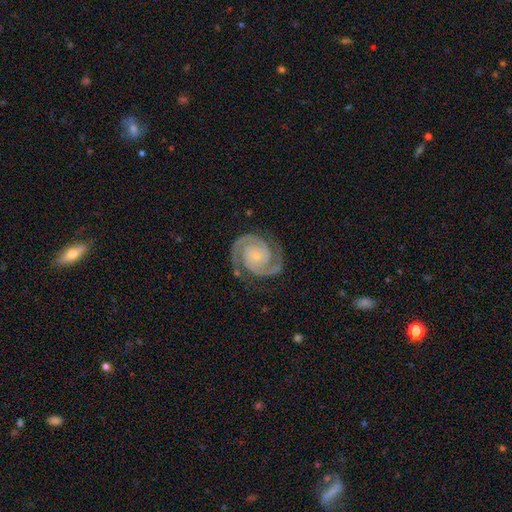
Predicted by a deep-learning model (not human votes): Smooth or featured? featured or disk (93%)
Edge-on disk? no (98%)
Bar? no (70%)
Spiral arms? yes (99%)
Spiral winding? tight (59%)
Spiral arm count? 2 (94%)
Bulge size? small (74%)
Merging? none (83%)